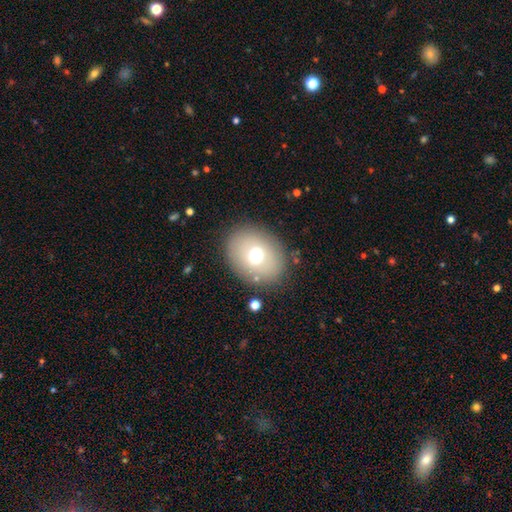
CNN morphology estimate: A smooth galaxy with no disk features (67%) that is in between round and cigar-shaped (56%). Merging: none (85%).